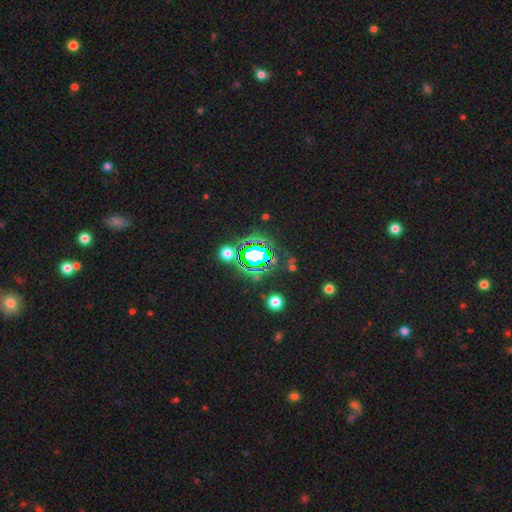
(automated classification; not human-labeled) The model was most divided on "smooth or featured": star or artifact: 71%, smooth: 16%, featured or disk: 13%.